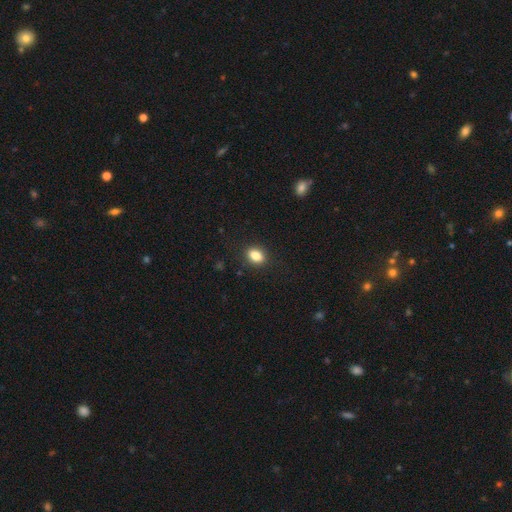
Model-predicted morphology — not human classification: smooth 85%, star or artifact 9%, featured or disk 6%. Down the decision tree: how rounded — in between (73%); merging — none (88%).